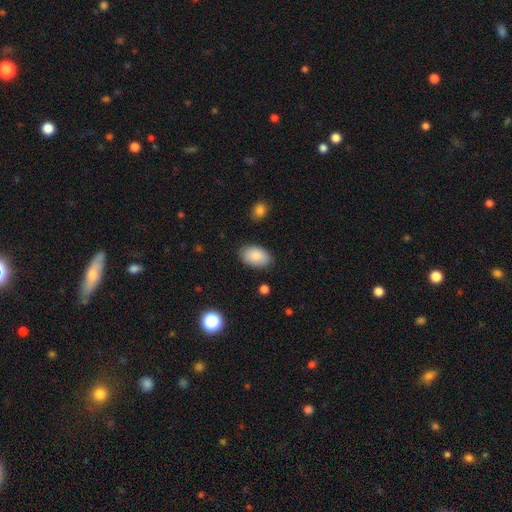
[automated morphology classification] Smooth or featured: smooth — 88% (star or artifact — 7%)
How rounded: in between — 92% (round — 7%)
Merging: none — 83% (minor disturbance — 13%)